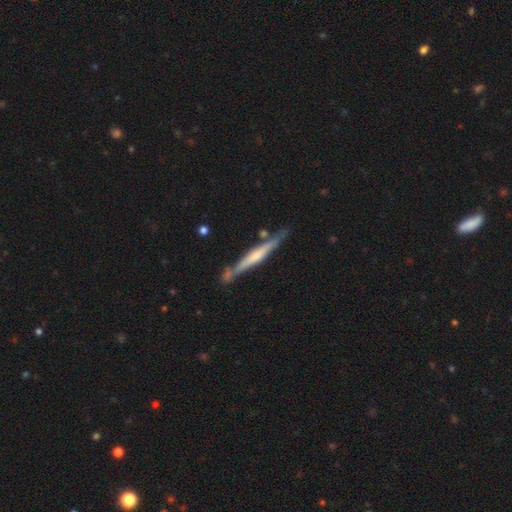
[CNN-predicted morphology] The model was most divided on "edge-on bulge": rounded: 48%, none: 30%, boxy: 21%. More confident: edge-on disk — yes (96%); merging — none (76%); smooth or featured — featured or disk (62%).